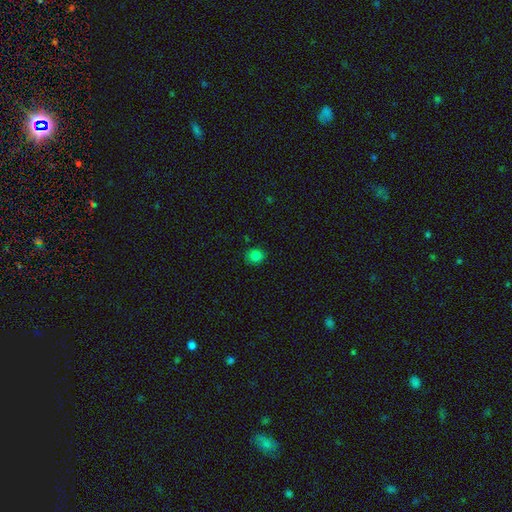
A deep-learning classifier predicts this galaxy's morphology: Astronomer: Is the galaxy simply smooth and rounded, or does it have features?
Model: smooth — 81%.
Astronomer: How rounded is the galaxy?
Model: round — 77%.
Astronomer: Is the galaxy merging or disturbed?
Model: none — 87%.